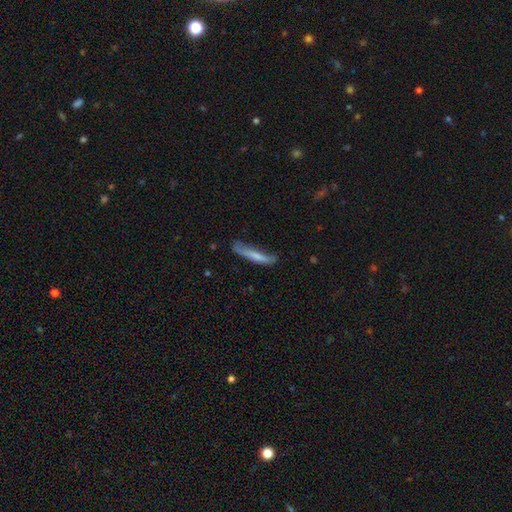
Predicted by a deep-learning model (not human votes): Smooth or featured?
  - smooth: 65% *
  - featured or disk: 28%
  - star or artifact: 6%
How rounded?
  - cigar-shaped: 90% *
  - in between: 8%
  - round: 1%
Merging?
  - none: 51% *
  - minor disturbance: 31%
  - major disturbance: 14%
  - merger: 3%